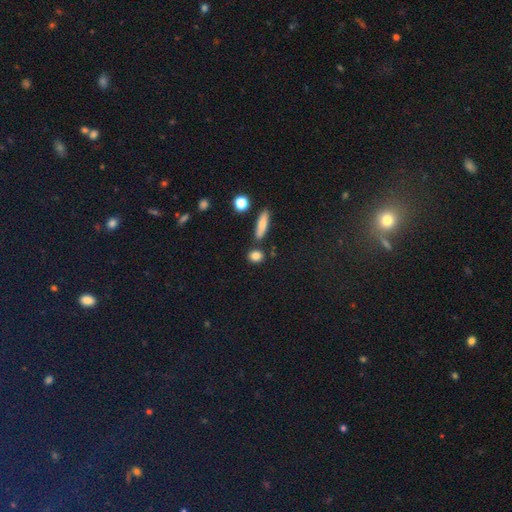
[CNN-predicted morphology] Smooth or featured: smooth — 83% (star or artifact — 10%)
How rounded: round — 60% (in between — 33%)
Merging: none — 79% (minor disturbance — 10%)